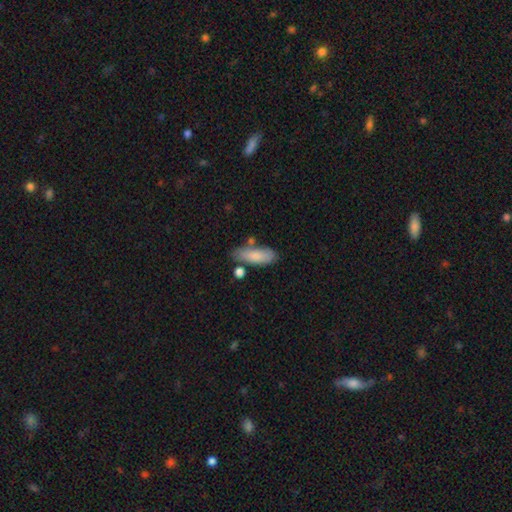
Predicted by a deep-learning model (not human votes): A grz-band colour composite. It shows a smooth galaxy with no disk features (83%) that is in between round and cigar-shaped (67%). Merging: none (65%).